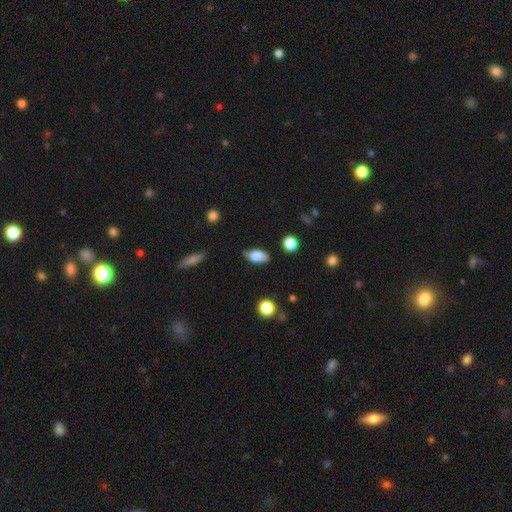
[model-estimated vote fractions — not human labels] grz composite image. It shows a smooth galaxy with no disk features (62%) that is in between round and cigar-shaped (86%). Merging: none (69%).